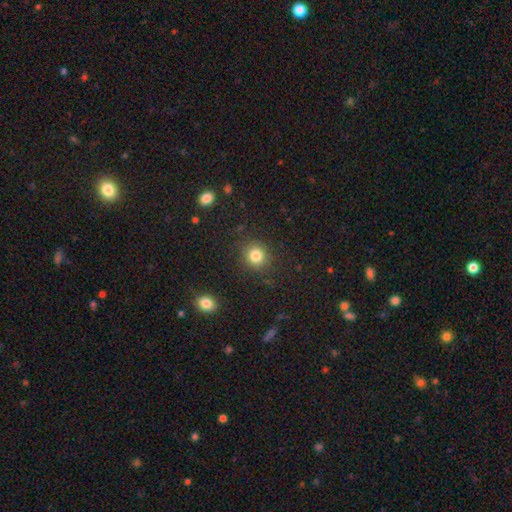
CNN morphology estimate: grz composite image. It shows a smooth galaxy with no disk features (82%) that is round (86%). Merging: none (87%).